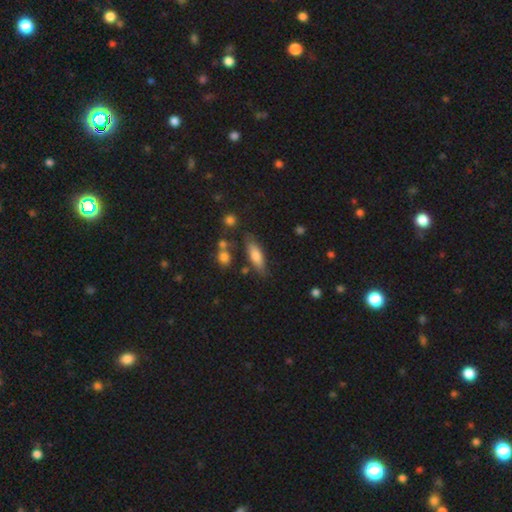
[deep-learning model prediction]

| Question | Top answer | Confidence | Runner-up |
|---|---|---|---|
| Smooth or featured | smooth | 74% | featured or disk (19%) |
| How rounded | in between | 58% | cigar-shaped (39%) |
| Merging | none | 73% | minor disturbance (16%) |